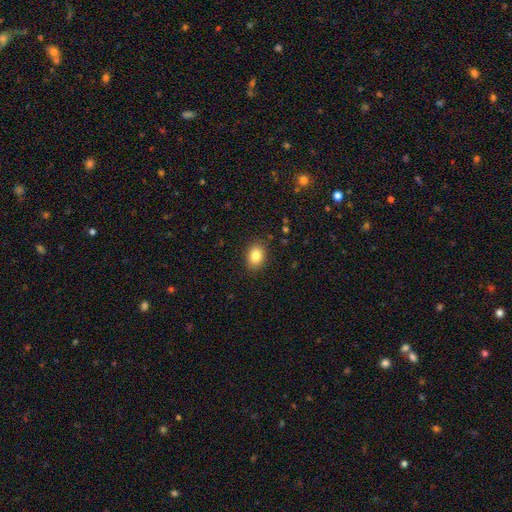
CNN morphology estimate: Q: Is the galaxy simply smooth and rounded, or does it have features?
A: smooth — 84%.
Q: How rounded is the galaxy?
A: in between — 68%.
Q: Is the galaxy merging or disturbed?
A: none — 88%.